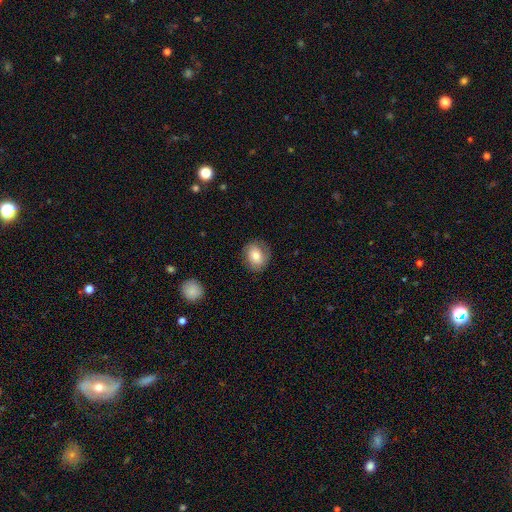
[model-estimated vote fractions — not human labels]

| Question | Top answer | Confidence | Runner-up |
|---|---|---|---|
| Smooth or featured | smooth | 68% | featured or disk (24%) |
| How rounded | round | 55% | in between (44%) |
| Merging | none | 80% | minor disturbance (14%) |